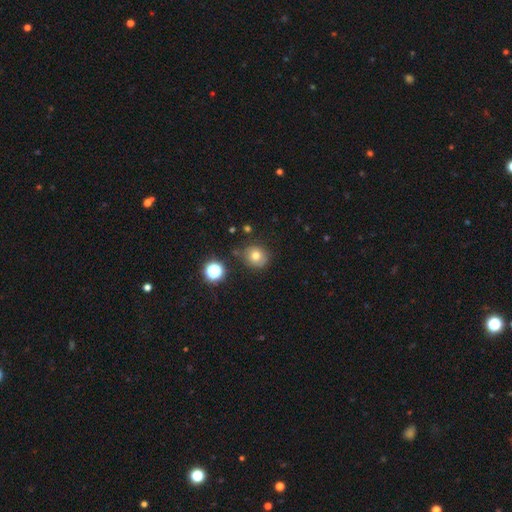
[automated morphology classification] Smooth or featured? smooth (72%)
How rounded? round (78%)
Merging? none (75%)